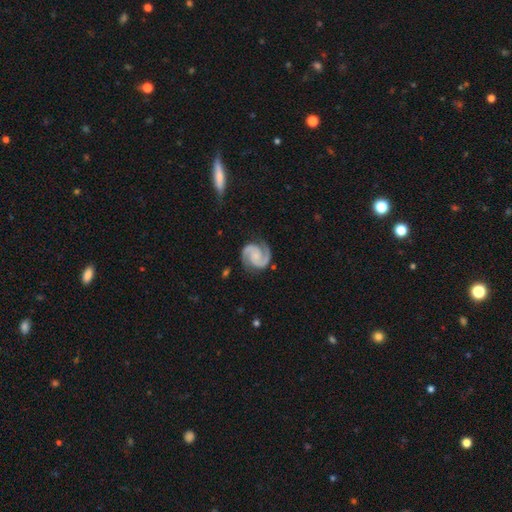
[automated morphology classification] smooth_or_featured: featured or disk (p=0.92) [alt: star or artifact p=0.04]
disk_edge_on: no (p=0.98) [alt: yes p=0.02]
bar: no (p=0.62) [alt: weak p=0.28]
has_spiral_arms: yes (p=0.99) [alt: no p=0.01]
spiral_winding: medium (p=0.51) [alt: tight p=0.41]
spiral_arm_count: 2 (p=0.94) [alt: can't tell p=0.01]
bulge_size: small (p=0.48) [alt: none p=0.30]
merging: none (p=0.84) [alt: minor disturbance p=0.12]